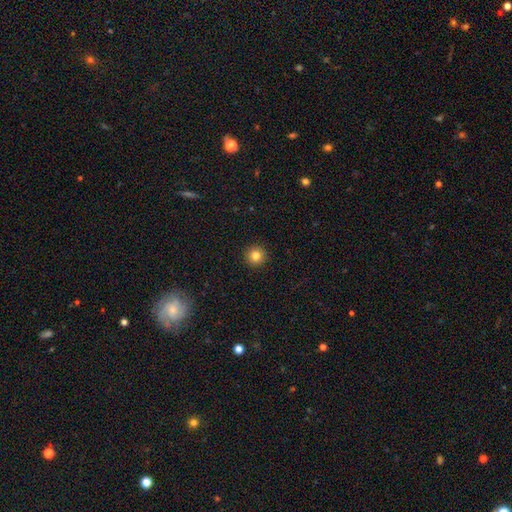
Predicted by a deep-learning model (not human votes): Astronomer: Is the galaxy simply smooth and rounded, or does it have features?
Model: smooth — 82%.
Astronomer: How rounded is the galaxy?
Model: round — 96%.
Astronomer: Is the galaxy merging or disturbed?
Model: none — 93%.